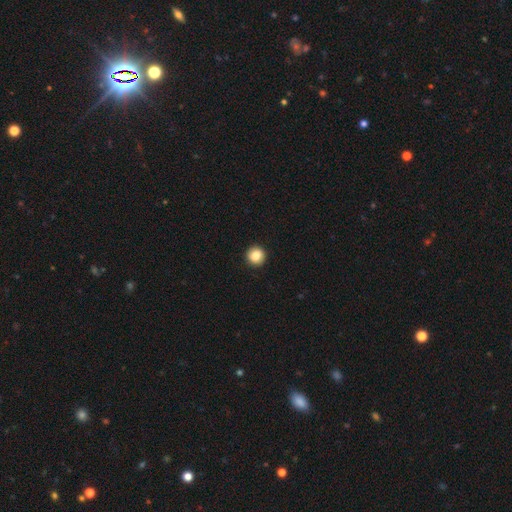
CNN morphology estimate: smooth_or_featured: smooth (p=0.86) [alt: star or artifact p=0.09]
how_rounded: round (p=0.95) [alt: in between p=0.04]
merging: none (p=0.93) [alt: minor disturbance p=0.04]